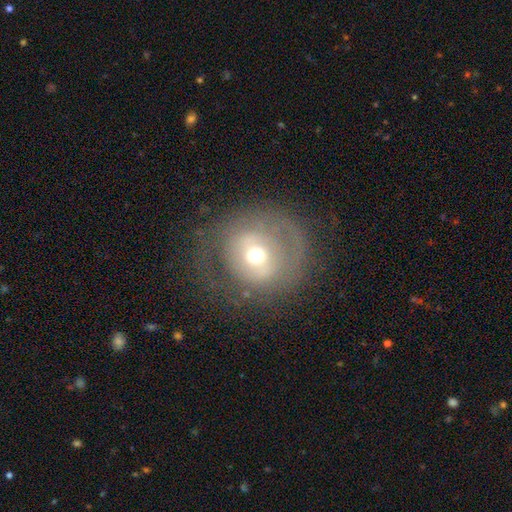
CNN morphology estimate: A featured or disk galaxy (52%). Merging: none (66%).